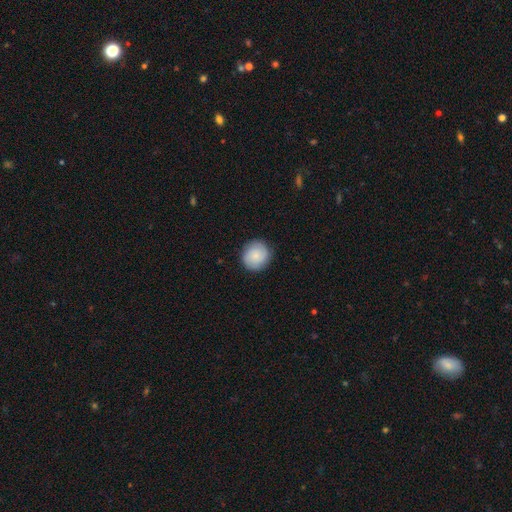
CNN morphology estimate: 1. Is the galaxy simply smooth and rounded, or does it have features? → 76% smooth, 18% featured or disk, 7% star or artifact.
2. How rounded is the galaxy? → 92% round, 7% in between, 1% cigar-shaped.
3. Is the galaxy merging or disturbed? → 89% none, 8% minor disturbance, 2% major disturbance, 1% merger.